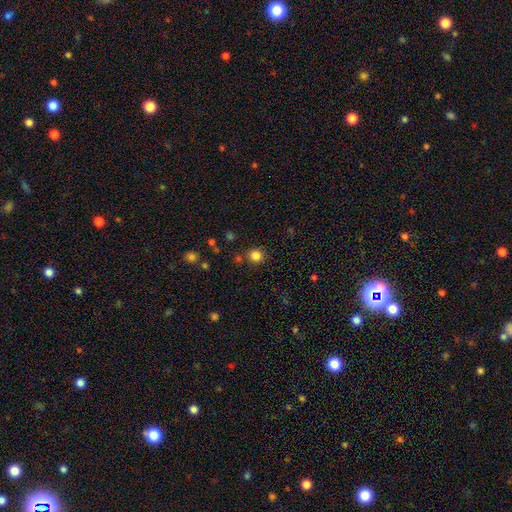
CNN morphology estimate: type=smooth (83%); roundness=round (89%); merging=none (85%).